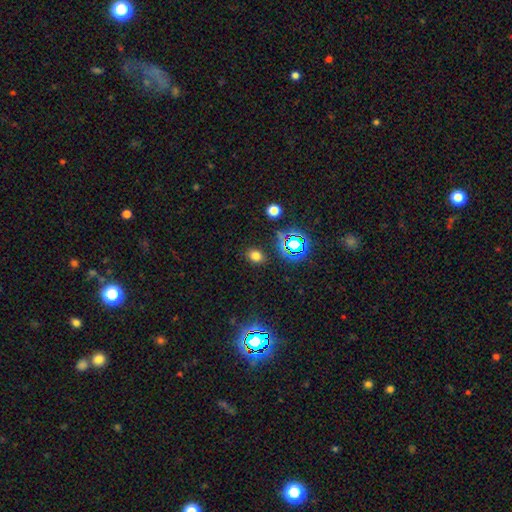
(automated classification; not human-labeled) smooth 70%, star or artifact 24%, featured or disk 6%. Down the decision tree: how rounded — in between (61%); merging — none (85%).